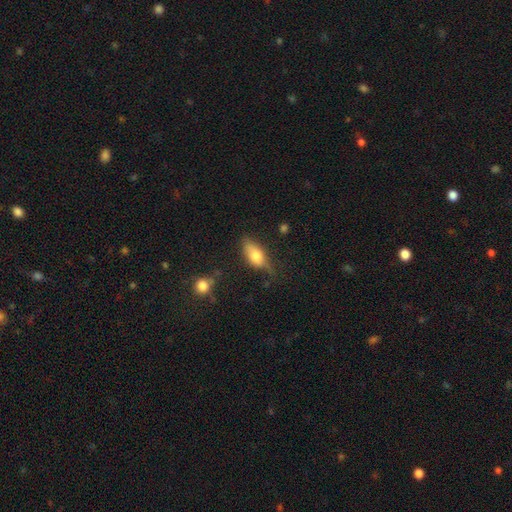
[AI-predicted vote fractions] Smooth or featured? smooth (67%)
How rounded? in between (81%)
Merging? none (56%)